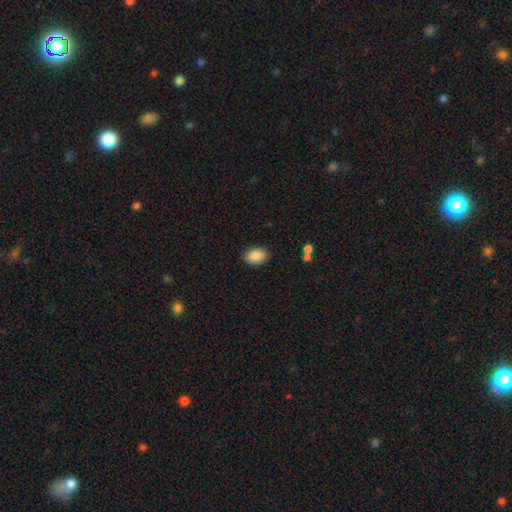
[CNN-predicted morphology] Smooth or featured? Predicted: smooth (p=0.89). How rounded? Predicted: in between (p=0.83). Merging? Predicted: none (p=0.88).